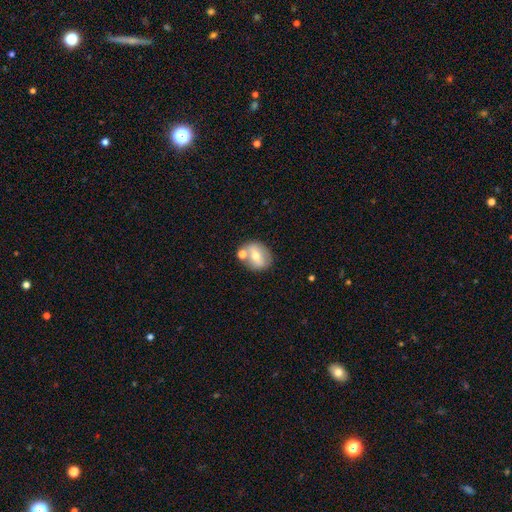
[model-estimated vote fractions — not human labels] A smooth galaxy with no disk features (51%) that is round (63%).

Vote fractions:
- Smooth or featured? smooth: 51% / featured or disk: 41% / star or artifact: 8%
- How rounded? round: 63% / in between: 35% / cigar-shaped: 2%
- Merging? none: 66% / merger: 18% / minor disturbance: 12% / major disturbance: 4%